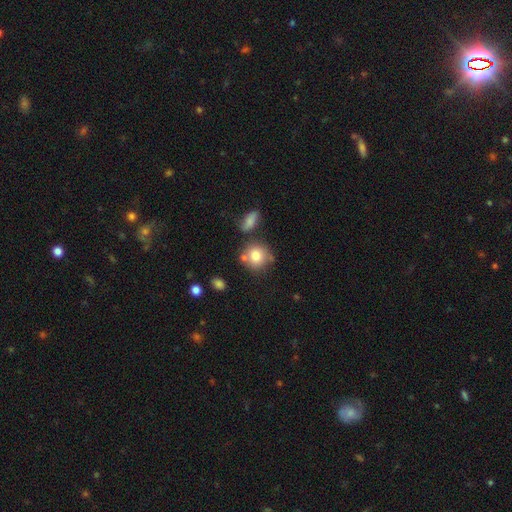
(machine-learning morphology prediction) This appears to be a smooth galaxy with no disk features (78%) that is round (84%). Merging: none (63%).